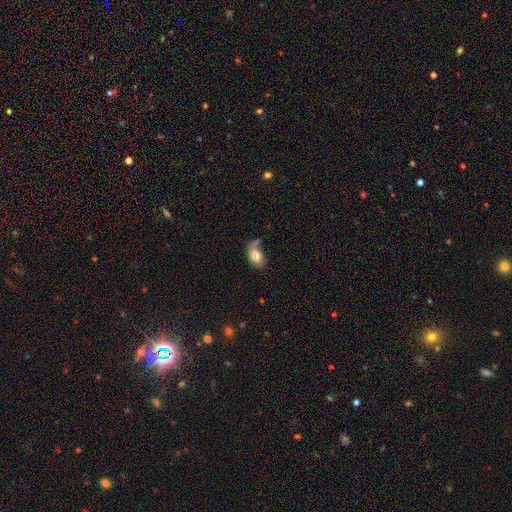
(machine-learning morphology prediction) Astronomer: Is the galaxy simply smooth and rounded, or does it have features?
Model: smooth — 78%.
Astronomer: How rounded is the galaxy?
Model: in between — 85%.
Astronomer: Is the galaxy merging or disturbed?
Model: none — 46% (runner-up: minor disturbance, 24%).